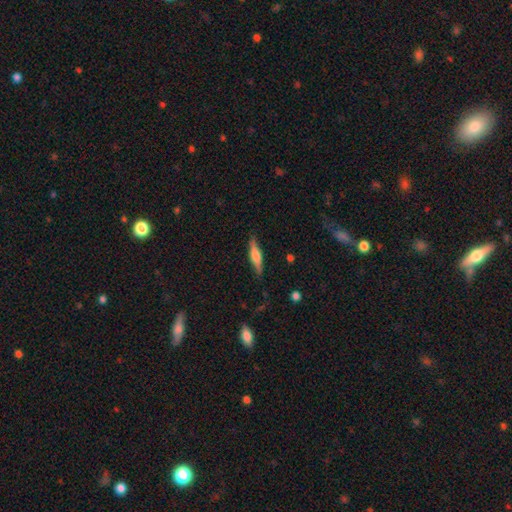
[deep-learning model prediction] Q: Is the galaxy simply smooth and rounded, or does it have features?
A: featured or disk — 51%.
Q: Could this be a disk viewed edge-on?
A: yes — 95%.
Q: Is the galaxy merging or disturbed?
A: none — 86%.